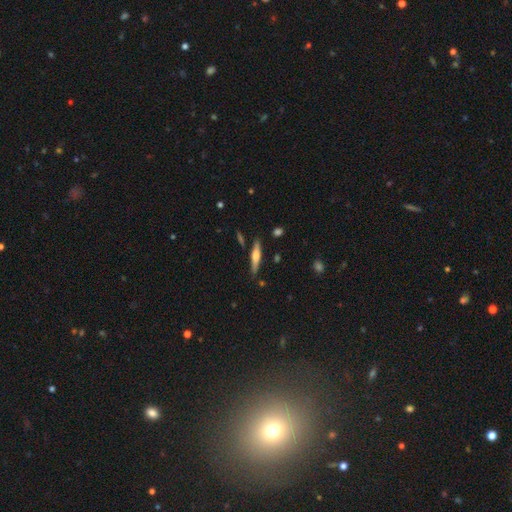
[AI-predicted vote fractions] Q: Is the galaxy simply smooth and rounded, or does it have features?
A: featured or disk — 53%.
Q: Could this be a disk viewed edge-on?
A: yes — 96%.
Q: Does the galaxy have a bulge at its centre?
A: rounded — 76%.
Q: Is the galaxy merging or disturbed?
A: none — 84%.